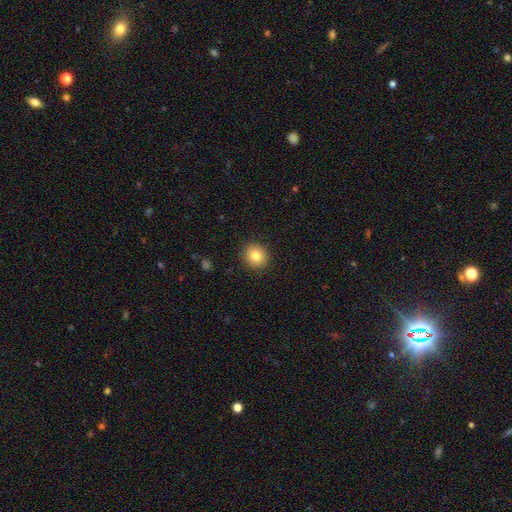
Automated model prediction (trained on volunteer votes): Overall: smooth (82%). How rounded: round (84%). Merging: none (91%).